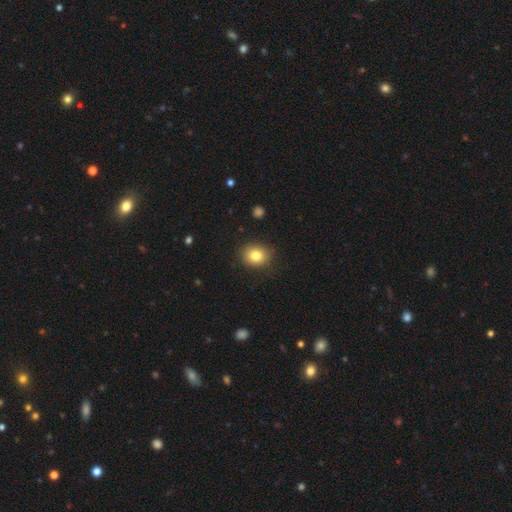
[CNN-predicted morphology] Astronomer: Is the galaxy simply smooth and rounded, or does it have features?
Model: smooth — 82%.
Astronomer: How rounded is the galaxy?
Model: round — 61% (runner-up: in between, 38%).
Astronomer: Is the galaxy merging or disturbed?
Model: none — 85%.